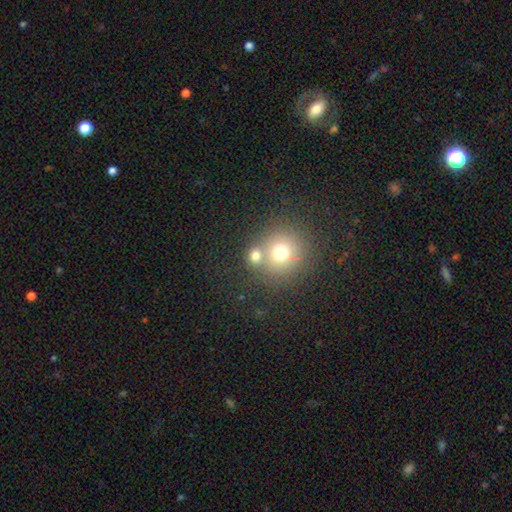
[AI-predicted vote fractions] Morphology: type=smooth (71%); roundness=round (82%); merging=none (53%).